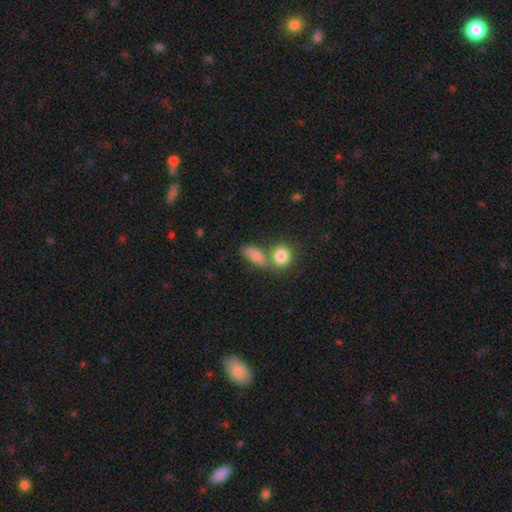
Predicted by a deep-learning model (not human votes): Smooth or featured: smooth — 82% (featured or disk — 9%)
How rounded: in between — 71% (round — 17%)
Merging: none — 45% (merger — 37%)